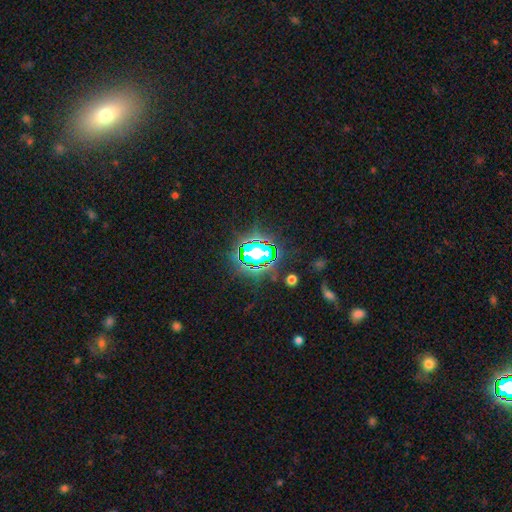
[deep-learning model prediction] Morphology: type=star or artifact (68%).